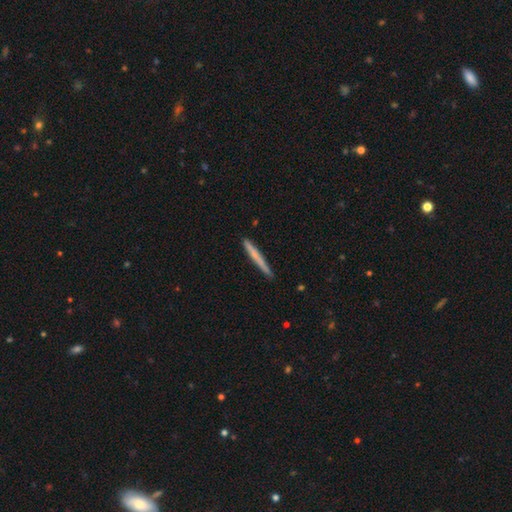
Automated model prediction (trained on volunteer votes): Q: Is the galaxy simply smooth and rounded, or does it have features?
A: smooth — 61%.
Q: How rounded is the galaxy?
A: cigar-shaped — 97%.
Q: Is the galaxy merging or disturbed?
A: none — 90%.